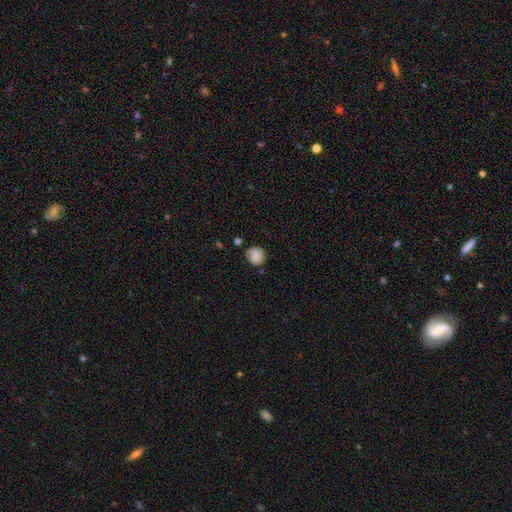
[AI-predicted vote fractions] smooth-or-featured: smooth: 71% | featured or disk: 19% | star or artifact: 9%
  how-rounded: round: 81% | in between: 18% | cigar-shaped: 1%
  merging: none: 67% | minor disturbance: 23% | major disturbance: 7% | merger: 4%